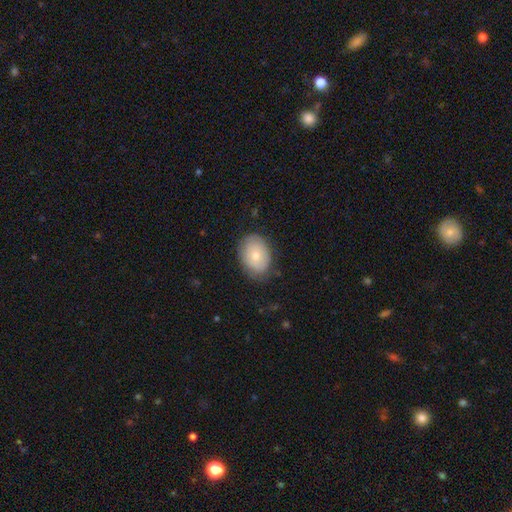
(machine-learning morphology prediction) The model was most divided on "how rounded": in between: 74%, round: 25%, cigar-shaped: 1%. More confident: merging — none (77%); smooth or featured — smooth (74%).